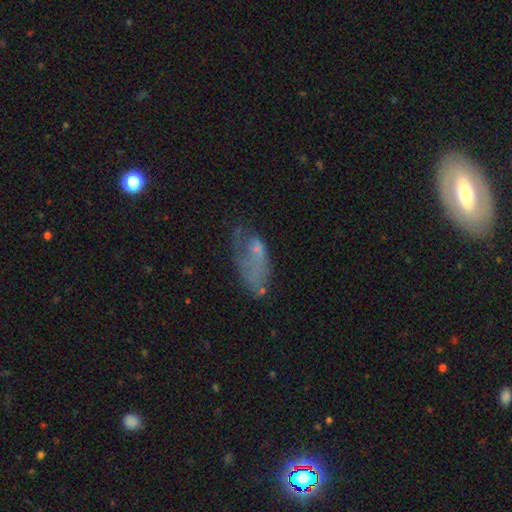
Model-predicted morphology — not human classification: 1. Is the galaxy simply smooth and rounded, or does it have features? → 46% smooth, 41% featured or disk, 13% star or artifact.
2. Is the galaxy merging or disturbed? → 35% major disturbance, 33% none, 26% minor disturbance, 6% merger.